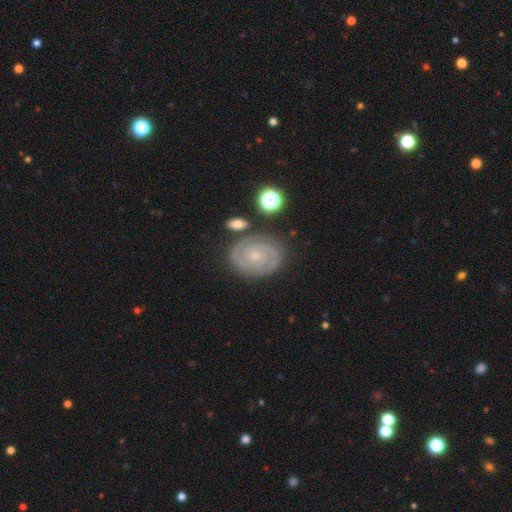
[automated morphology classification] A featured or disk galaxy (86%) with no bar (75%), 2 (73%) tight (76%) spiral arms (97%) and a small central bulge (76%).

Vote fractions:
- Smooth or featured? featured or disk: 86% / smooth: 8% / star or artifact: 7%
- Edge-on disk? no: 98% / yes: 2%
- Bar? no: 75% / weak: 20% / strong: 5%
- Spiral arms? yes: 97% / no: 3%
- Spiral winding? tight: 76% / medium: 20% / loose: 4%
- Spiral arm count? 2: 73% / can't tell: 10% / 3: 9% / 4: 3% / 1: 3% / more than 4: 2%
- Bulge size? small: 76% / moderate: 20% / none: 3% / large: 1% / dominant: 1%
- Merging? none: 80% / minor disturbance: 12% / merger: 4% / major disturbance: 4%